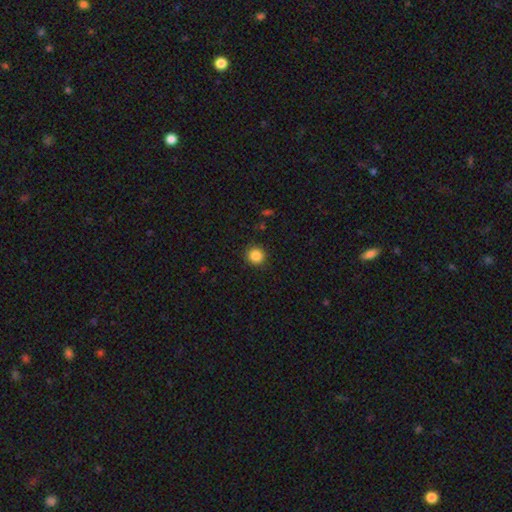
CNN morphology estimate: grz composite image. It shows a smooth galaxy with no disk features (86%) that is round (93%). Merging: none (91%).